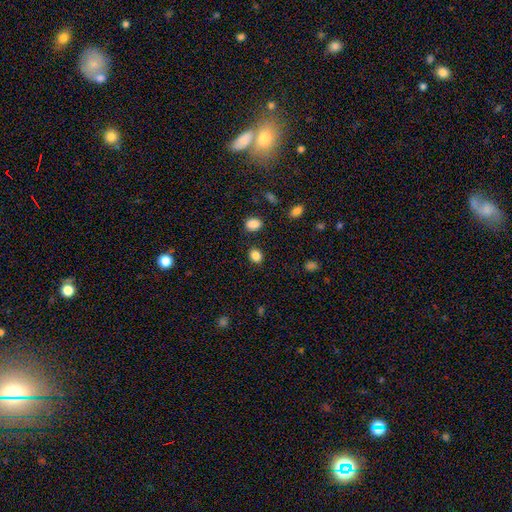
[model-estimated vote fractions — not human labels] Smooth or featured?
  - smooth: 86% *
  - star or artifact: 10%
  - featured or disk: 4%
How rounded?
  - in between: 51% *
  - round: 48%
  - cigar-shaped: 1%
Merging?
  - none: 86% *
  - minor disturbance: 9%
  - merger: 3%
  - major disturbance: 3%